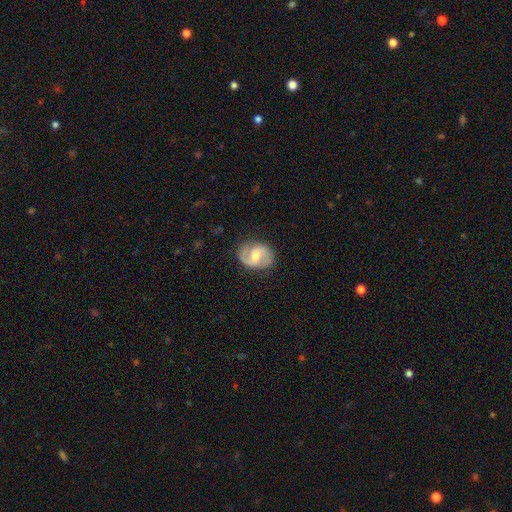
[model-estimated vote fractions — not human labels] Smooth or featured? featured or disk (77%)
Edge-on disk? no (98%)
Bar? weak (51%)
Spiral arms? yes (93%)
Spiral winding? medium (51%)
Spiral arm count? 2 (89%)
Bulge size? moderate (62%)
Merging? none (81%)